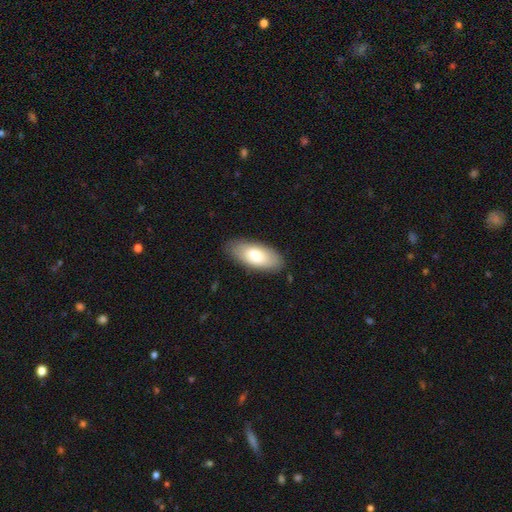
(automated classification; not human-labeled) This is clearly a smooth galaxy (80%). How rounded: clearly in between (88%). Merging: clearly none (84%).